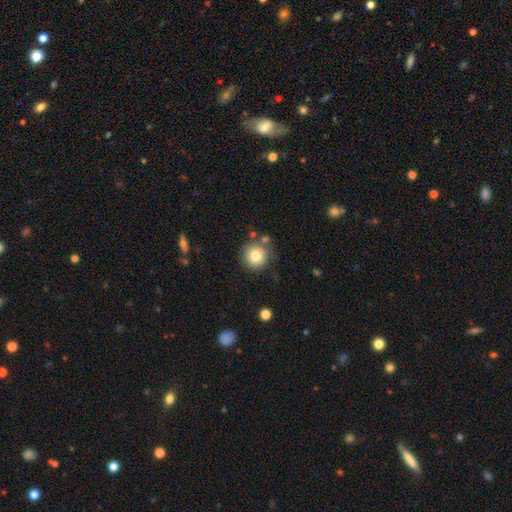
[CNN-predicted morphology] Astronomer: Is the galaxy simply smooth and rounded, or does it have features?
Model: smooth — 79%.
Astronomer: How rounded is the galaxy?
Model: round — 93%.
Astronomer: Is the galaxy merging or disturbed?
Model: none — 75%.